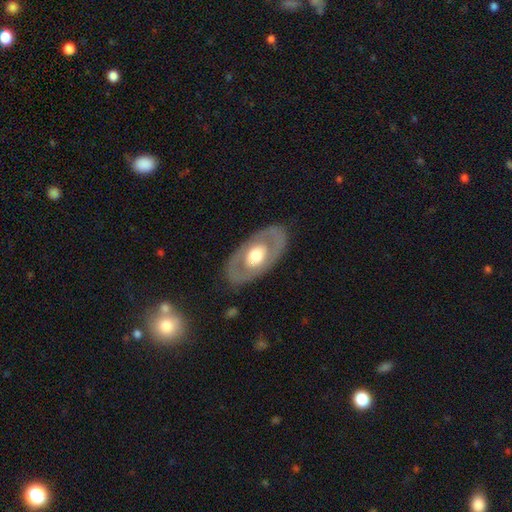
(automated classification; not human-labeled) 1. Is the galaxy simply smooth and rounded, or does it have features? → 57% featured or disk, 38% smooth, 4% star or artifact.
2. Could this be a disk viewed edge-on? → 88% no, 12% yes.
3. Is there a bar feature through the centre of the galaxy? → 84% no, 12% weak, 4% strong.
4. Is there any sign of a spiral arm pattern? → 84% no, 16% yes.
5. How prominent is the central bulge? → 53% moderate, 39% large, 5% small, 3% dominant, 1% none.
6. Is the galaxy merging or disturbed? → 83% none, 11% minor disturbance, 5% major disturbance, 1% merger.